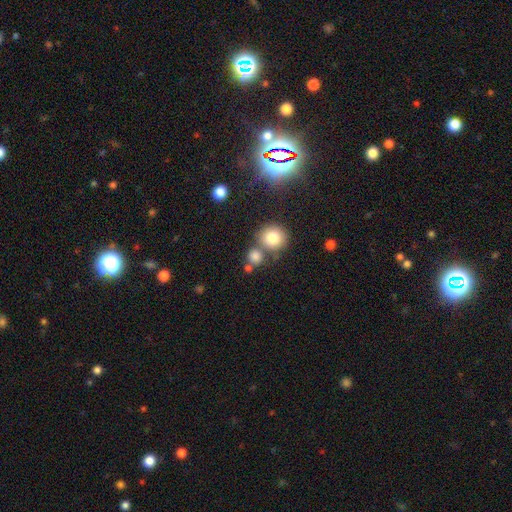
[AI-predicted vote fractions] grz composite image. It shows a smooth galaxy with no disk features (76%) that is round (84%). Merging: none (60%).